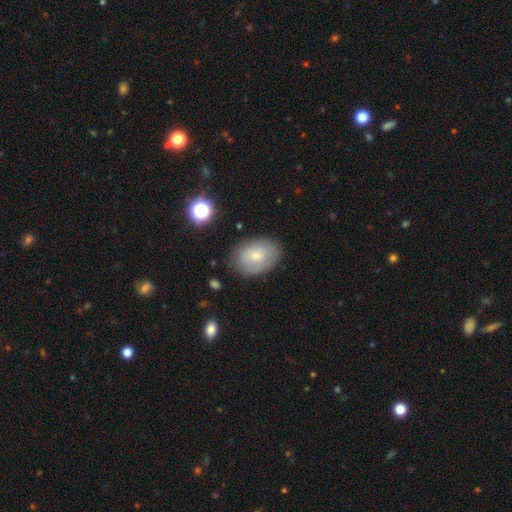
smooth_or_featured: smooth (p=0.59) [alt: featured or disk p=0.35]
how_rounded: in between (p=0.73) [alt: round p=0.27]
merging: none (p=0.80) [alt: minor disturbance p=0.14]